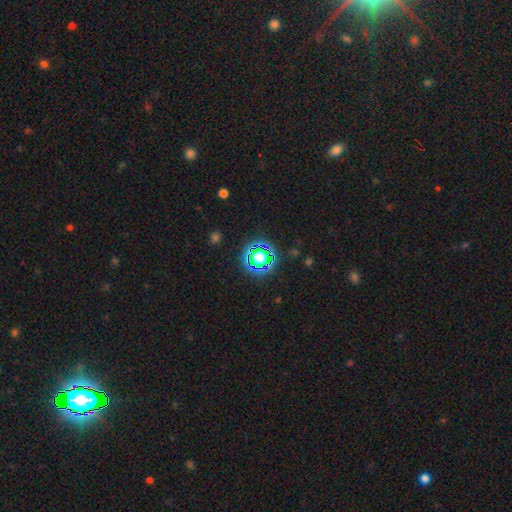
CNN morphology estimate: Smooth or featured? Predicted: star or artifact (p=0.54).